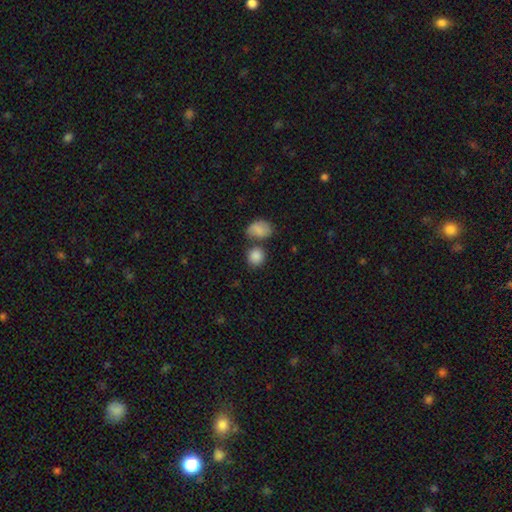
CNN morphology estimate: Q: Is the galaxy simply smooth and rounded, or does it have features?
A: smooth — 87%.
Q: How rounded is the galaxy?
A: round — 76%.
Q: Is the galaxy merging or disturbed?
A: none — 57%.